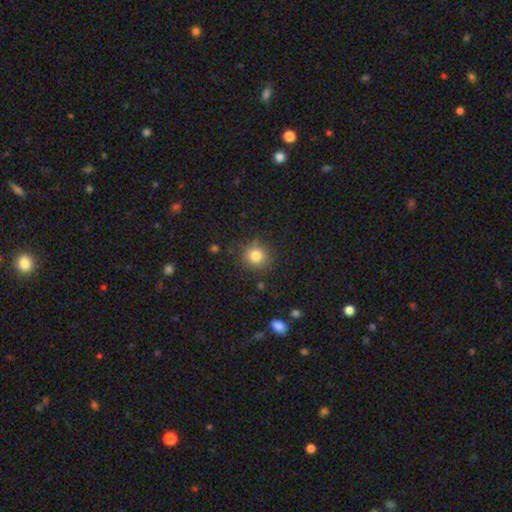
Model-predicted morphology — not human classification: A smooth galaxy with no disk features (82%) that is round (90%).

Vote fractions:
- Smooth or featured? smooth: 82% / star or artifact: 12% / featured or disk: 6%
- How rounded? round: 90% / in between: 9% / cigar-shaped: 1%
- Merging? none: 84% / minor disturbance: 11% / major disturbance: 3% / merger: 2%